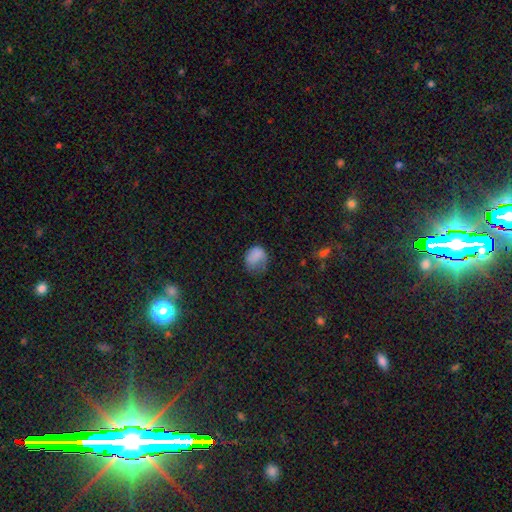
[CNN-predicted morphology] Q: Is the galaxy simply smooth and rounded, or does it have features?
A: smooth — 80%.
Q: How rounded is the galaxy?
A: round — 59%.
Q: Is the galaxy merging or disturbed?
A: none — 44%.